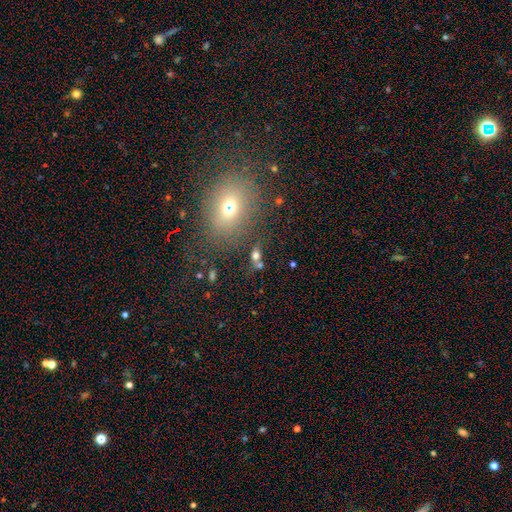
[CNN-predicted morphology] This appears to be a smooth galaxy with no disk features (67%) that is in between round and cigar-shaped (64%). Merging: none (49%).